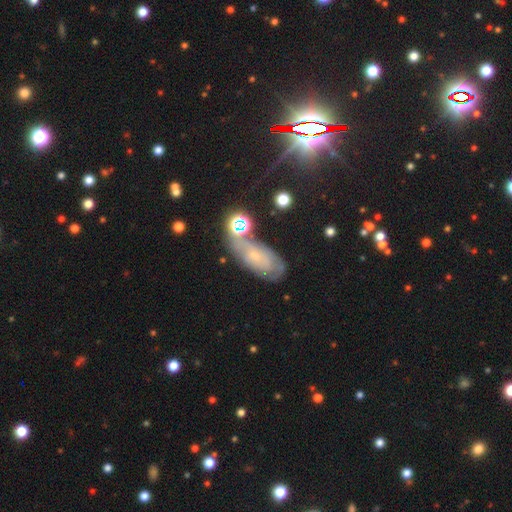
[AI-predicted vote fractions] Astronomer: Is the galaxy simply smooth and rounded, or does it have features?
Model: featured or disk — 51% (runner-up: smooth, 28%).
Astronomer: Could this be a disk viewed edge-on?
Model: no — 89%.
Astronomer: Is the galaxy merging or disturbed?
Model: none — 50%.